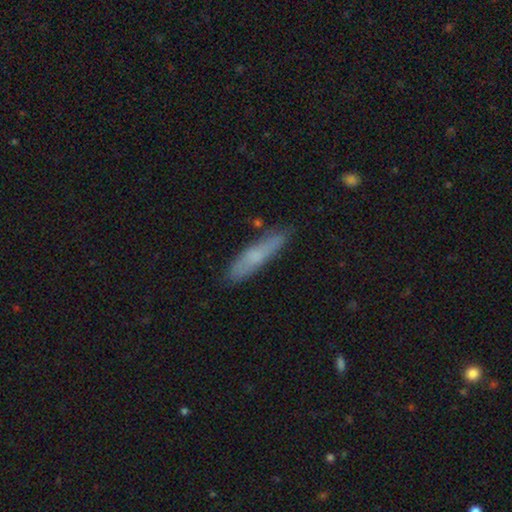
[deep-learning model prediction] Q: Smooth or featured?
A: smooth (66%); runner-up: featured or disk (27%)
Q: How rounded?
A: cigar-shaped (84%); runner-up: in between (14%)
Q: Merging?
A: none (79%); runner-up: minor disturbance (16%)